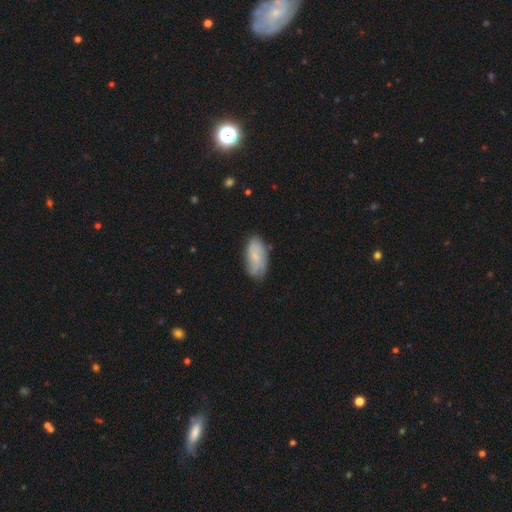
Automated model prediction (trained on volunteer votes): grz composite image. It shows a smooth galaxy with no disk features (55%) that is in between round and cigar-shaped (89%). Merging: none (69%).